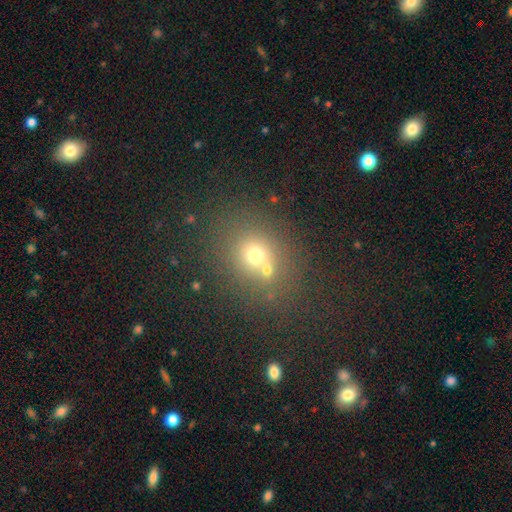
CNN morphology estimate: smooth-or-featured: smooth: 65% | star or artifact: 22% | featured or disk: 13%
  how-rounded: round: 75% | in between: 24% | cigar-shaped: 1%
  merging: none: 59% | merger: 27% | minor disturbance: 9% | major disturbance: 5%